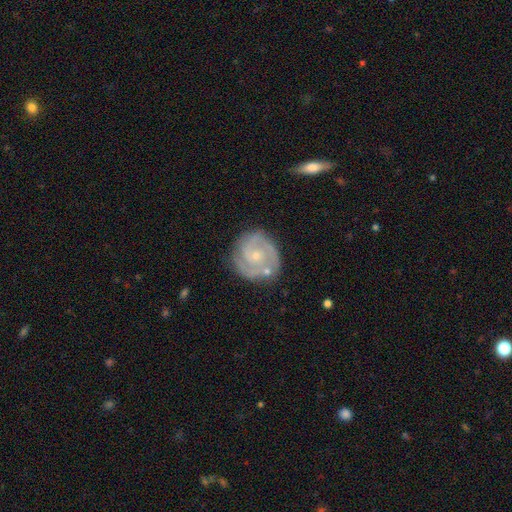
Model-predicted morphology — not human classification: Overall: featured or disk (85%). Edge-on disk: no (98%). Bar: no (68%). Spiral arms: yes (96%). Spiral arm count: 2 (65%). Spiral winding: tight (62%; medium 33%). Bulge size: small (72%). Merging: none (75%).